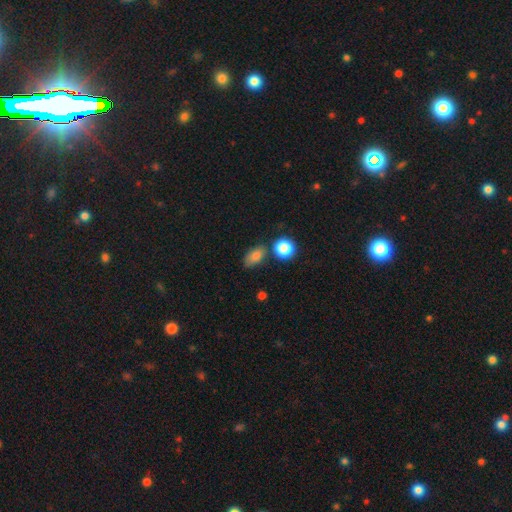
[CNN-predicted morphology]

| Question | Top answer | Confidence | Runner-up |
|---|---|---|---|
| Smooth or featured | smooth | 80% | star or artifact (11%) |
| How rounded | in between | 79% | round (17%) |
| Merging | none | 66% | minor disturbance (19%) |